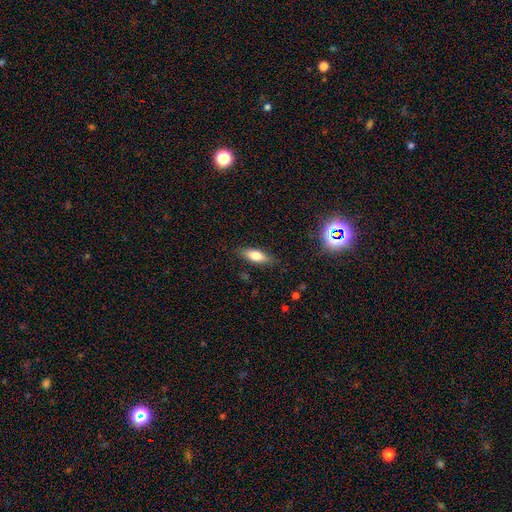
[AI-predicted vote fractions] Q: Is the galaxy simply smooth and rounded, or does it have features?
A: smooth — 67%.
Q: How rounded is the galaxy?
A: in between — 61%.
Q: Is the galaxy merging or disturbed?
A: none — 83%.